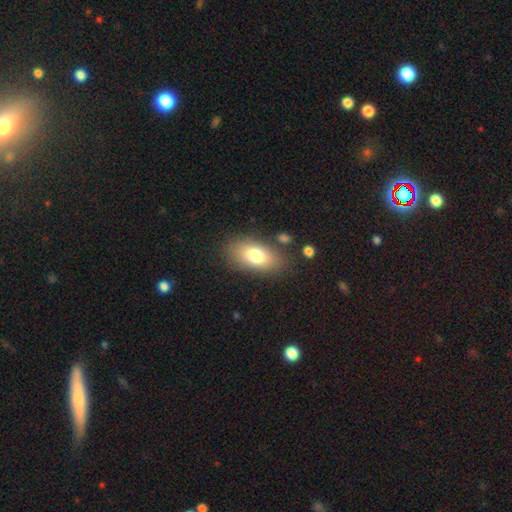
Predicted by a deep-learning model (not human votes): A smooth galaxy with no disk features (77%) that is in between round and cigar-shaped (90%).

Vote fractions:
- Smooth or featured? smooth: 77% / featured or disk: 15% / star or artifact: 8%
- How rounded? in between: 90% / round: 6% / cigar-shaped: 4%
- Merging? none: 81% / minor disturbance: 11% / major disturbance: 4% / merger: 4%